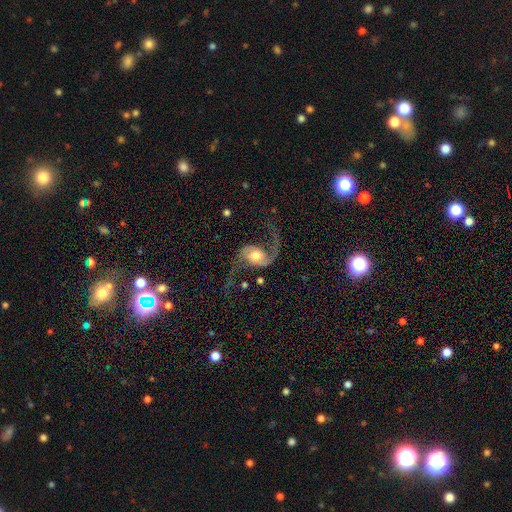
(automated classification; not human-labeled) Morphology: type=featured or disk (88%); edge-on=no (97%); bar=no (51%); spiral arms=yes (96%); winding=loose (82%); arm count=2 (92%); bulge=moderate (65%); merging=none (62%).